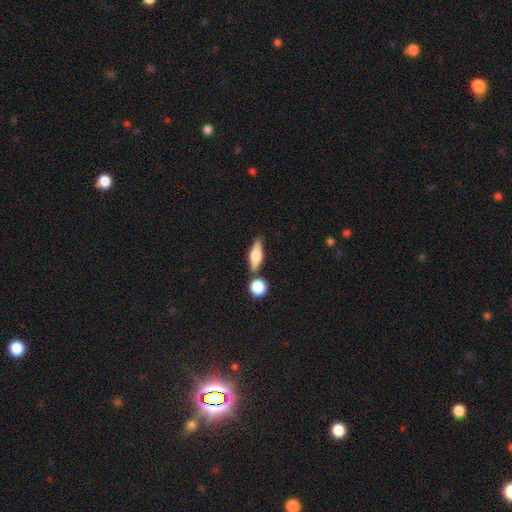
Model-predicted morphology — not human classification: Smooth or featured: smooth — 55% (featured or disk — 38%)
How rounded: in between — 59% (cigar-shaped — 34%)
Merging: none — 70% (merger — 13%)